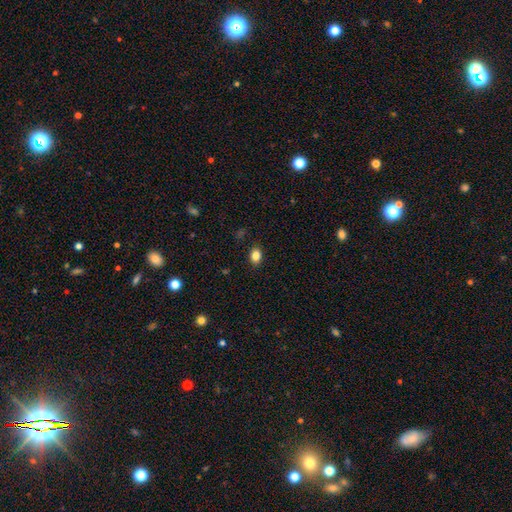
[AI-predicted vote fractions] Smooth or featured: smooth — 85% (star or artifact — 11%)
How rounded: in between — 66% (round — 33%)
Merging: none — 88% (minor disturbance — 9%)